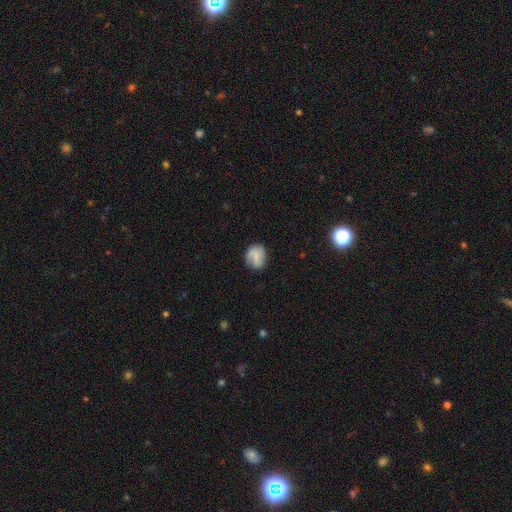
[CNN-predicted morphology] A smooth galaxy with no disk features (67%) that is round (64%).

Vote fractions:
- Smooth or featured? smooth: 67% / featured or disk: 24% / star or artifact: 9%
- How rounded? round: 64% / in between: 35% / cigar-shaped: 1%
- Merging? none: 72% / minor disturbance: 20% / major disturbance: 7% / merger: 2%